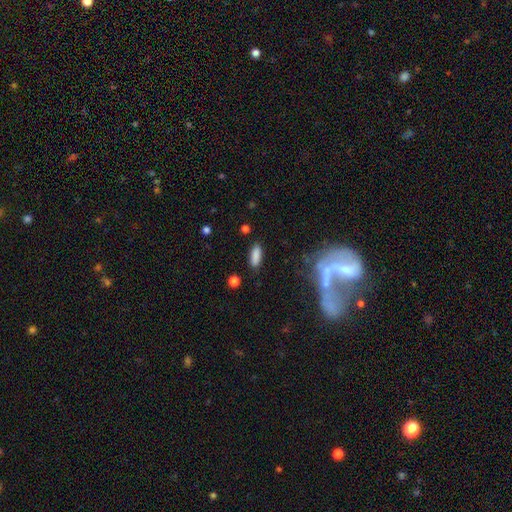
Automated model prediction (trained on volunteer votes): The model was most divided on "how rounded": in between: 66%, cigar-shaped: 32%, round: 2%. More confident: smooth or featured — smooth (86%); merging — none (84%).